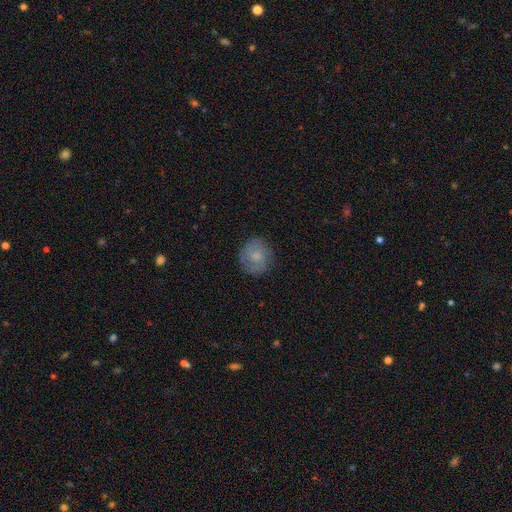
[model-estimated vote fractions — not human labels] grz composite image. It shows a smooth galaxy with no disk features (54%) that is round (83%). Merging: none (79%).